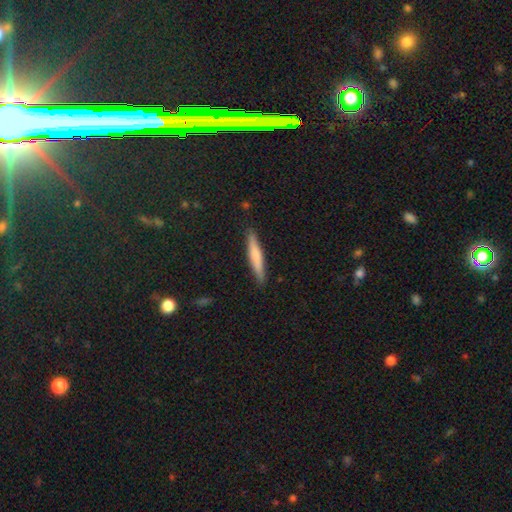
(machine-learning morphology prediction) This is likely a smooth galaxy (66%). How rounded: clearly cigar-shaped (92%). Merging: clearly none (89%).